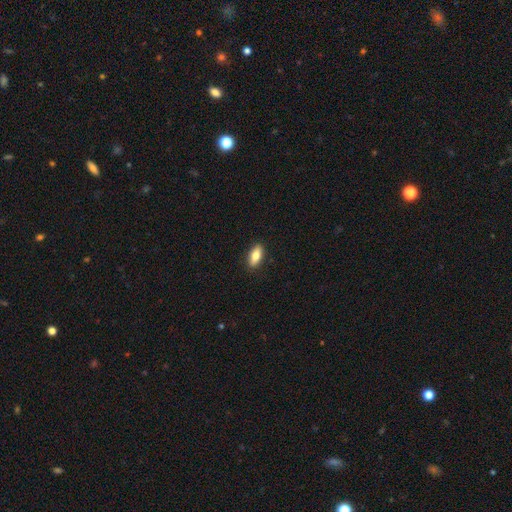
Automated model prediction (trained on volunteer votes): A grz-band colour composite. It shows a smooth galaxy with no disk features (76%) that is in between round and cigar-shaped (82%). Merging: none (89%).